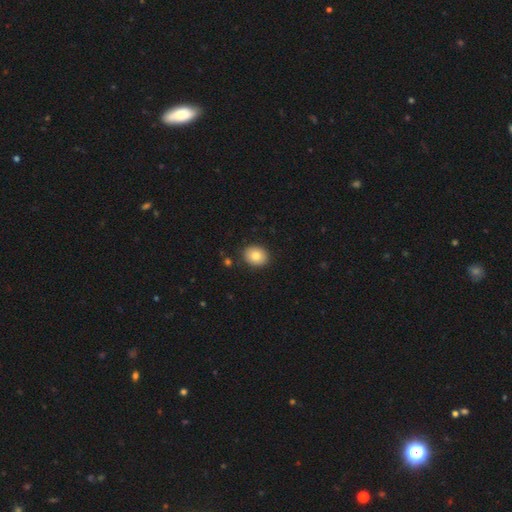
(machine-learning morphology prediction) This is clearly a smooth galaxy (82%). How rounded: possibly round (51%). Merging: clearly none (90%).